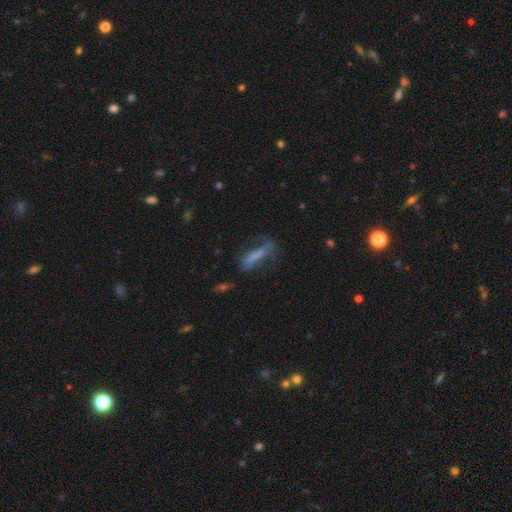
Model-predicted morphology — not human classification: A smooth galaxy with no disk features (51%) that is cigar-shaped (74%). Merging: none (49%).